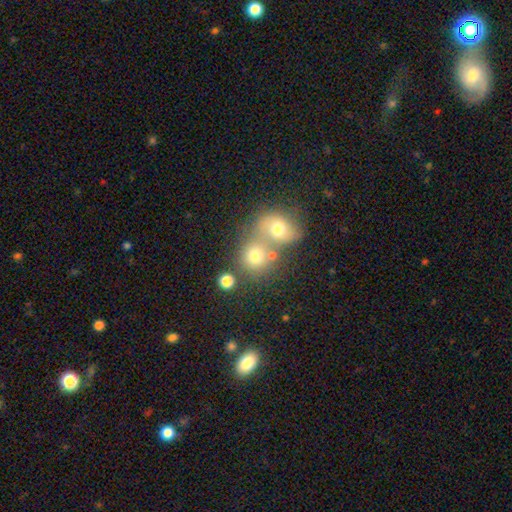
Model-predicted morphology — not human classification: Overall: smooth (70%). How rounded: round (77%). Merging: merger (50%; none 38%).